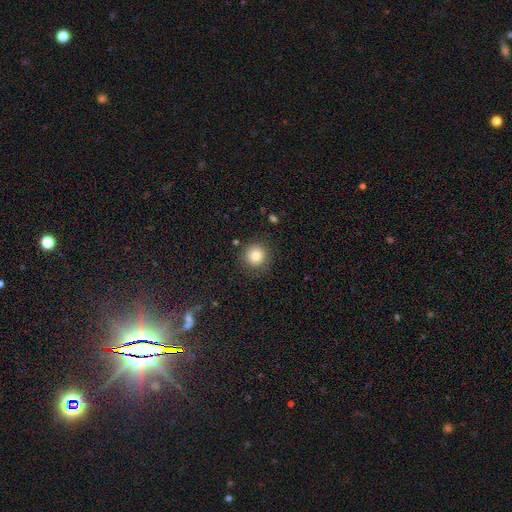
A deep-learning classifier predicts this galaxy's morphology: The model was most divided on "smooth or featured": smooth: 81%, star or artifact: 11%, featured or disk: 8%. More confident: how rounded — round (94%); merging — none (86%).